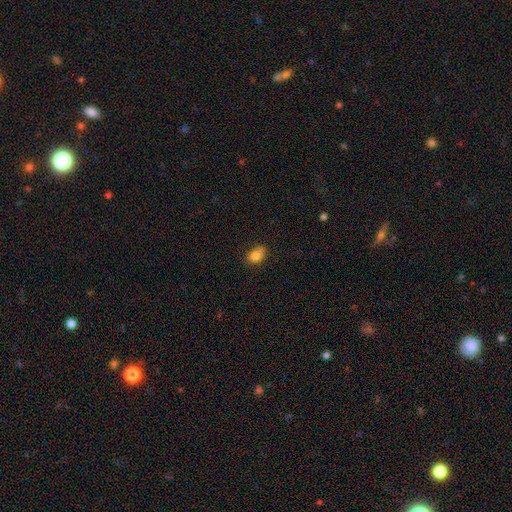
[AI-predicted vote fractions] smooth_or_featured: smooth (p=0.82) [alt: star or artifact p=0.10]
how_rounded: in between (p=0.62) [alt: round p=0.36]
merging: none (p=0.60) [alt: minor disturbance p=0.28]